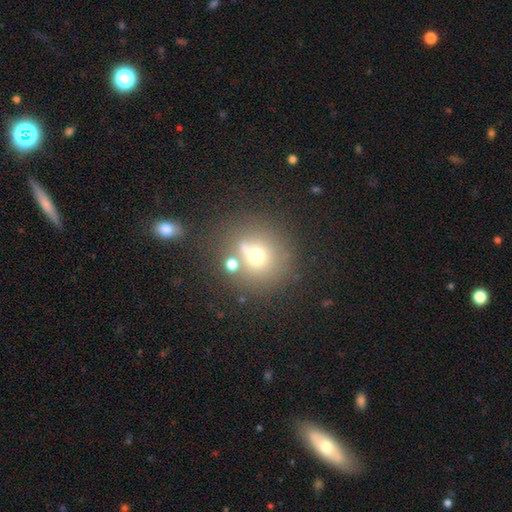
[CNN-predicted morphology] Smooth or featured? smooth (64%)
How rounded? round (89%)
Merging? none (61%)